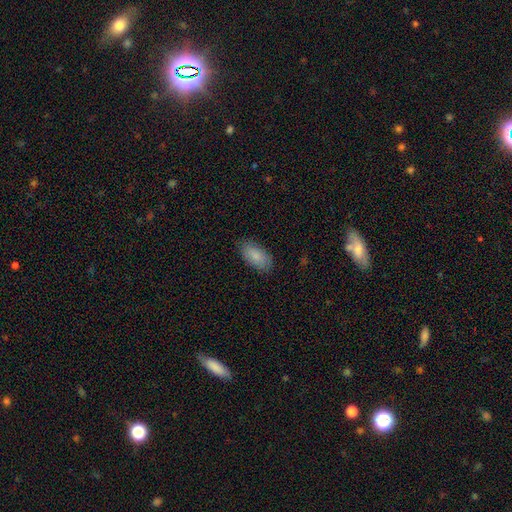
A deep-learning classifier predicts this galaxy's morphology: Smooth or featured? smooth (86%)
How rounded? in between (94%)
Merging? none (84%)